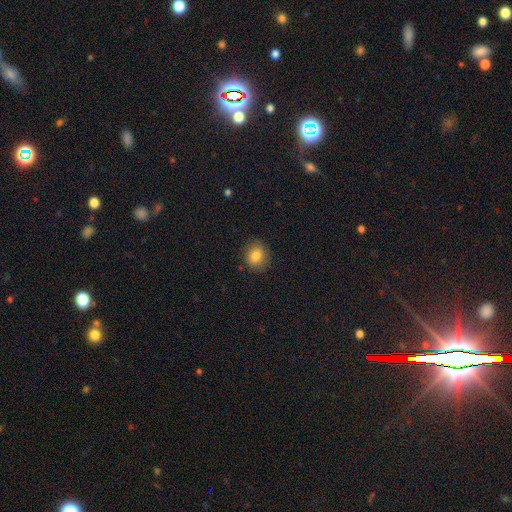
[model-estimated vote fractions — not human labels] Smooth or featured?
  - smooth: 83% *
  - star or artifact: 10%
  - featured or disk: 7%
How rounded?
  - round: 68% *
  - in between: 31%
  - cigar-shaped: 1%
Merging?
  - none: 86% *
  - minor disturbance: 10%
  - major disturbance: 3%
  - merger: 1%